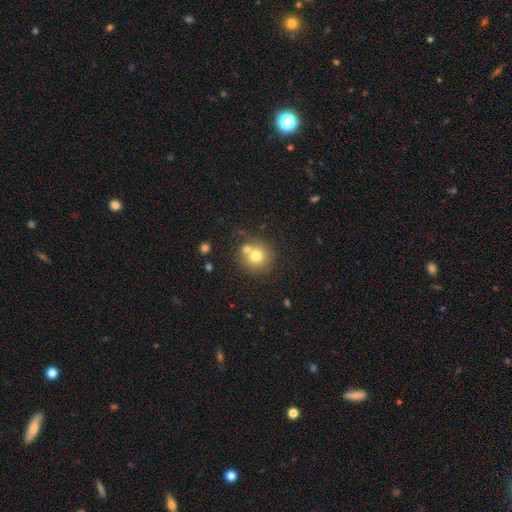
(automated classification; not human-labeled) smooth 74%, featured or disk 15%, star or artifact 12%. Down the decision tree: how rounded — round (89%); merging — none (59%).